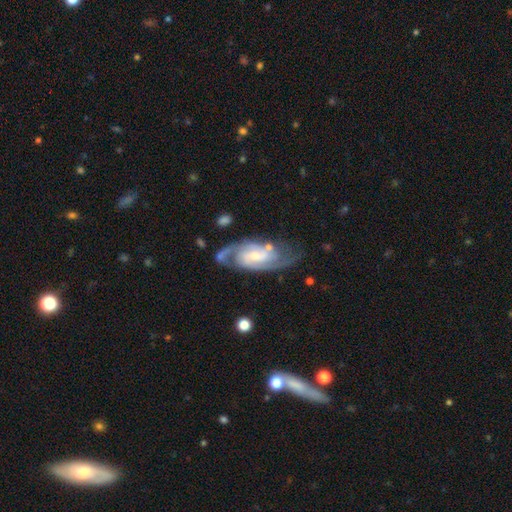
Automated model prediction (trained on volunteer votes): Smooth or featured: featured or disk — 88% (smooth — 8%)
Edge-on disk: no — 95% (yes — 5%)
Bar: weak — 48% (no — 35%)
Spiral arms: yes — 97% (no — 3%)
Spiral winding: medium — 47% (tight — 41%)
Spiral arm count: 2 — 73% (3 — 11%)
Bulge size: small — 47% (moderate — 36%)
Merging: none — 66% (minor disturbance — 19%)